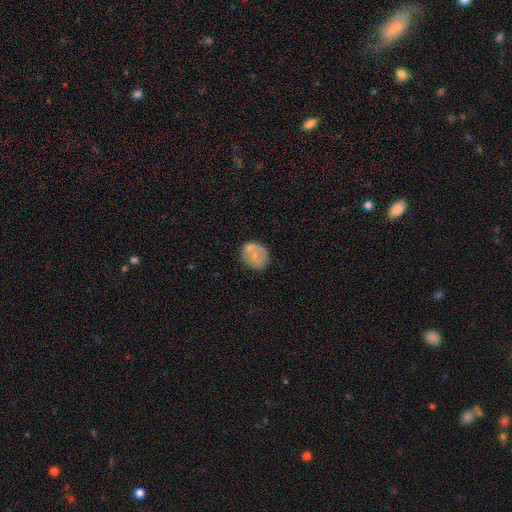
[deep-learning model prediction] A smooth galaxy with no disk features (64%) that is round (78%). Merging: none (62%).